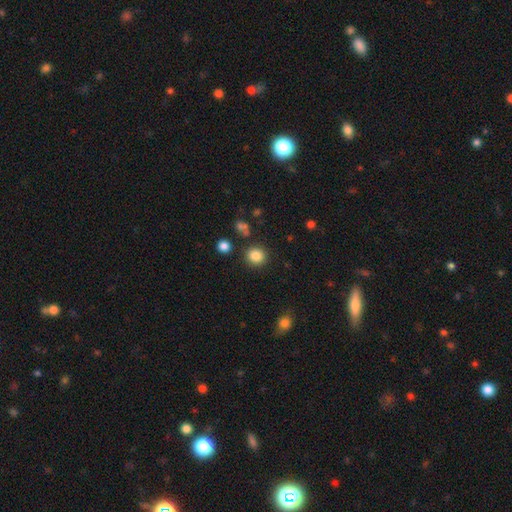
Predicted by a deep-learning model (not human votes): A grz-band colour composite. It shows a smooth galaxy with no disk features (85%) that is round (88%). Merging: none (87%).